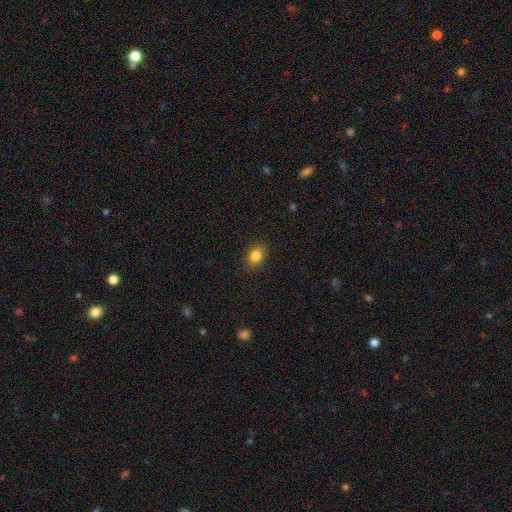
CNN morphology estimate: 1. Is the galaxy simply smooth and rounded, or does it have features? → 84% smooth, 10% star or artifact, 6% featured or disk.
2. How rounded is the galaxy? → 71% in between, 28% round, 1% cigar-shaped.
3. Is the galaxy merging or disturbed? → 89% none, 8% minor disturbance, 2% major disturbance, 1% merger.